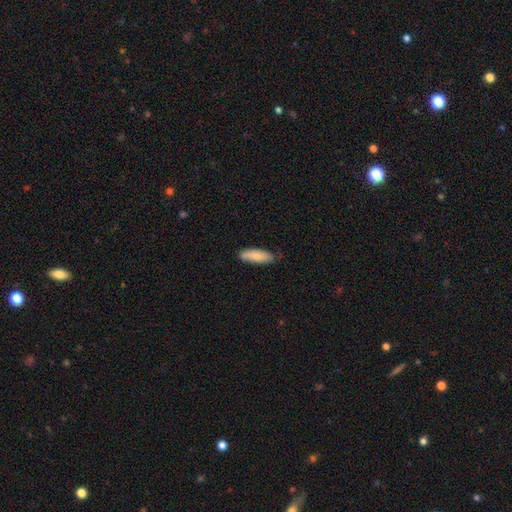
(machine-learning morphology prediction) Smooth or featured?
  - smooth: 81% *
  - featured or disk: 13%
  - star or artifact: 6%
How rounded?
  - in between: 56% *
  - cigar-shaped: 43%
  - round: 2%
Merging?
  - none: 73% *
  - minor disturbance: 23%
  - major disturbance: 3%
  - merger: 2%